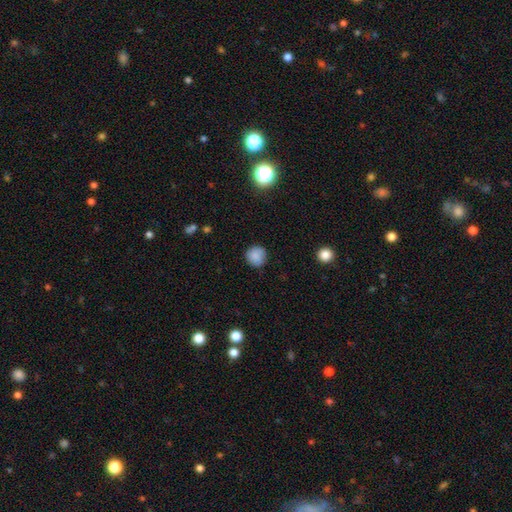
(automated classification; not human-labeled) A smooth galaxy with no disk features (85%) that is round (92%).

Vote fractions:
- Smooth or featured? smooth: 85% / star or artifact: 9% / featured or disk: 5%
- How rounded? round: 92% / in between: 7% / cigar-shaped: 1%
- Merging? none: 85% / minor disturbance: 12% / major disturbance: 3% / merger: 1%